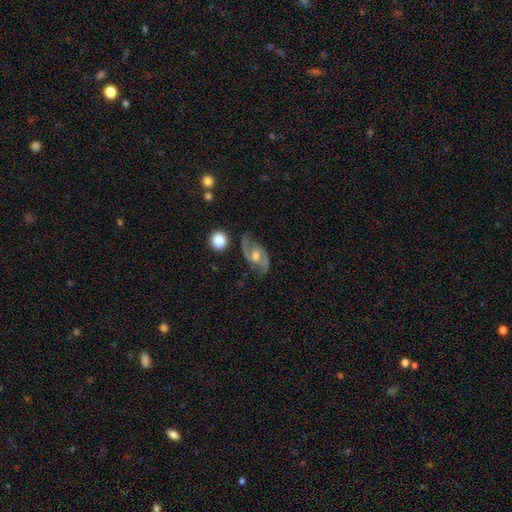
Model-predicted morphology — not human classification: A featured or disk galaxy (88%) with no bar (46%), 2 (93%) medium (54%) spiral arms (97%) and a moderate central bulge (67%). Merging: none (78%).